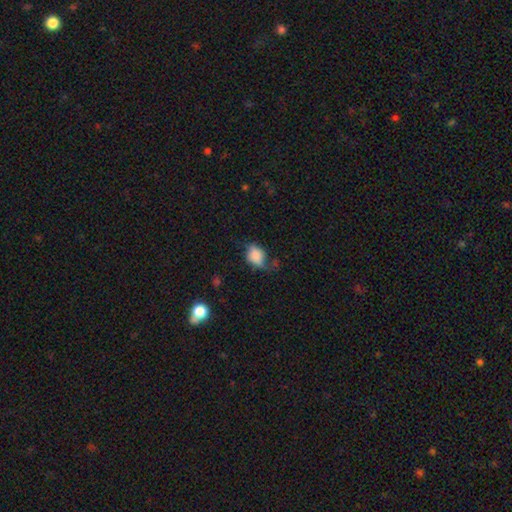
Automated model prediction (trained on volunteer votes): smooth_or_featured: smooth (p=0.76) [alt: featured or disk p=0.15]
how_rounded: in between (p=0.68) [alt: round p=0.30]
merging: none (p=0.37) [tied with: minor disturbance p=0.37]